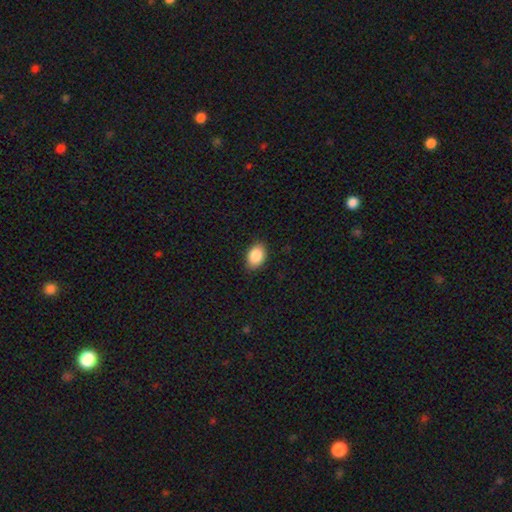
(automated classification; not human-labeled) Smooth or featured?
  - smooth: 88% *
  - star or artifact: 7%
  - featured or disk: 5%
How rounded?
  - in between: 86% *
  - round: 13%
  - cigar-shaped: 1%
Merging?
  - none: 88% *
  - minor disturbance: 9%
  - major disturbance: 2%
  - merger: 1%